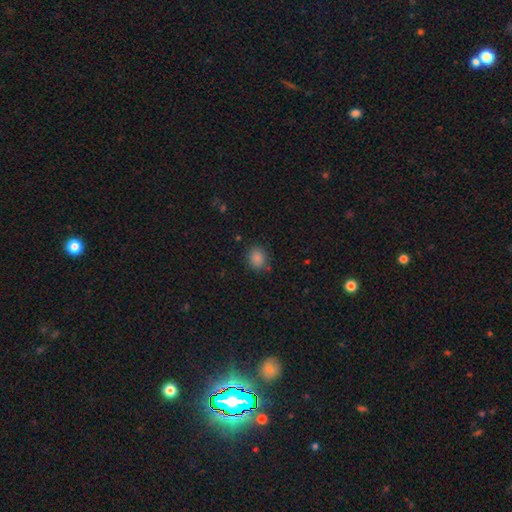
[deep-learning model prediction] Q: Smooth or featured?
A: smooth (79%); runner-up: star or artifact (17%)
Q: How rounded?
A: round (69%); runner-up: in between (30%)
Q: Merging?
A: none (83%); runner-up: minor disturbance (12%)